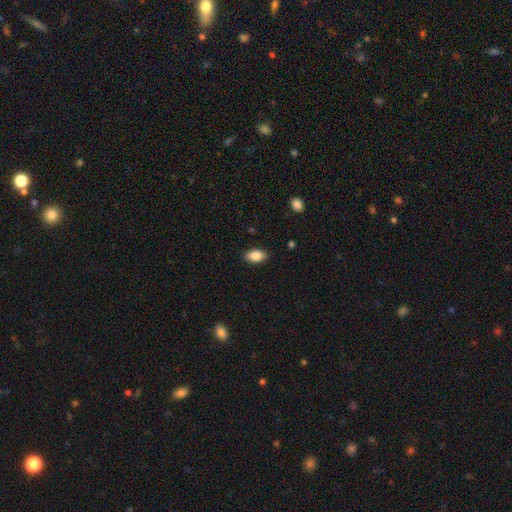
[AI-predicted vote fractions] Morphology: type=smooth (84%); roundness=in between (91%); merging=none (87%).